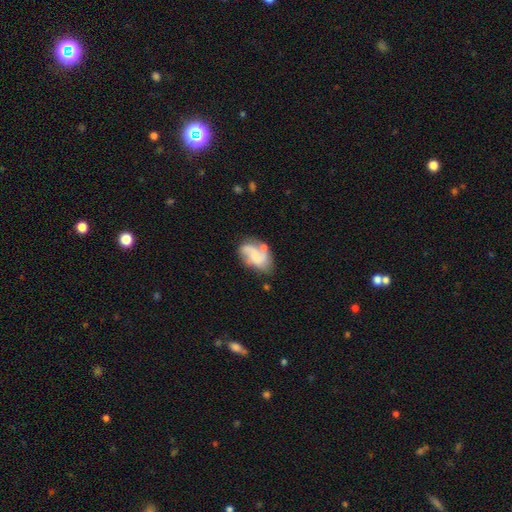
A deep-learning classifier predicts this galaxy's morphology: This is possibly a featured or disk galaxy (58%). It is clearly not viewed edge-on (97%). Bar: likely no (61%). Spiral arm pattern: clearly yes (80%). Central bulge: marginally small (42%). Merging: marginally none (45%).